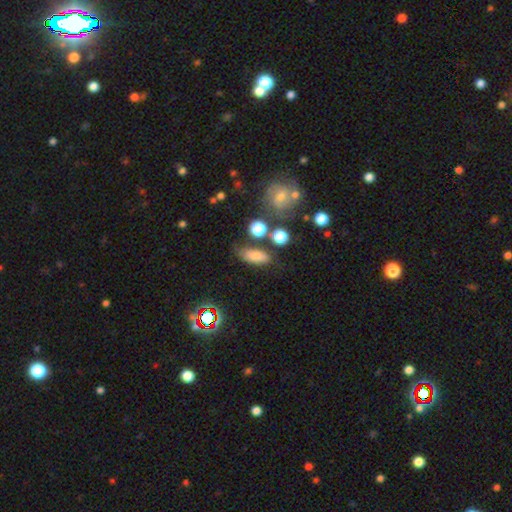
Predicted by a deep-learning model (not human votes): Smooth or featured: smooth — 75% (star or artifact — 13%)
How rounded: in between — 73% (cigar-shaped — 15%)
Merging: none — 66% (minor disturbance — 18%)